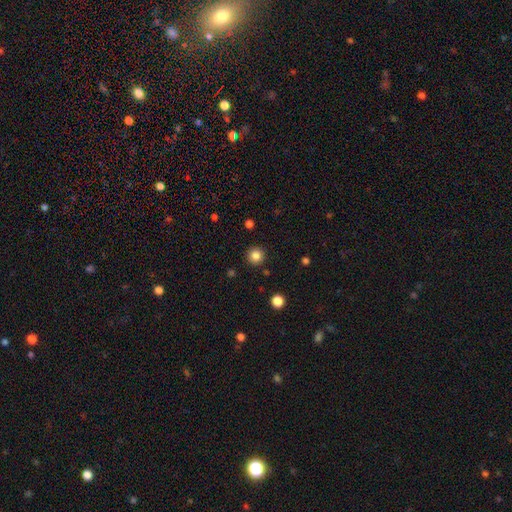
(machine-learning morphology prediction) Overall: smooth (84%). How rounded: round (96%). Merging: none (92%).